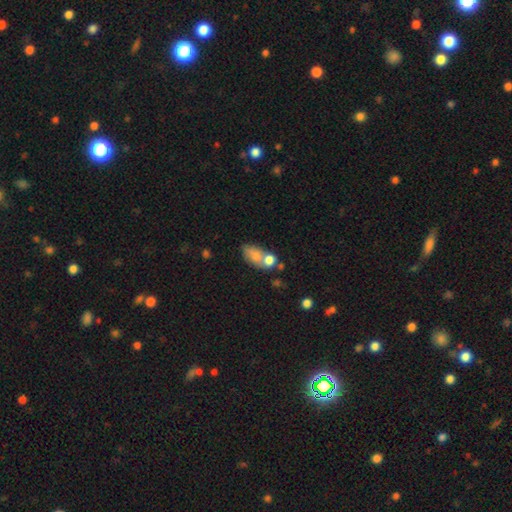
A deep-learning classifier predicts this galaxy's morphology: Smooth or featured? smooth (70%)
How rounded? in between (83%)
Merging? merger (46%)